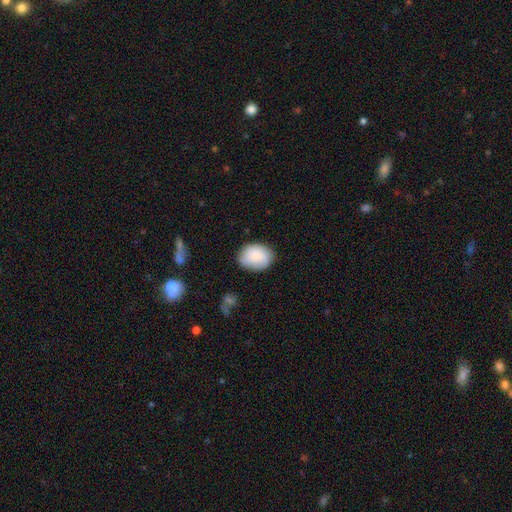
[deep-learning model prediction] Smooth or featured: smooth — 84% (featured or disk — 9%)
How rounded: in between — 67% (round — 32%)
Merging: none — 79% (minor disturbance — 16%)